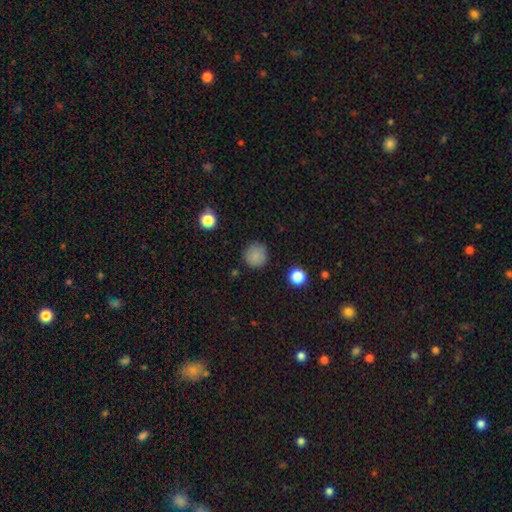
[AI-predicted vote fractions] Overall: smooth (84%). How rounded: round (94%). Merging: none (86%).